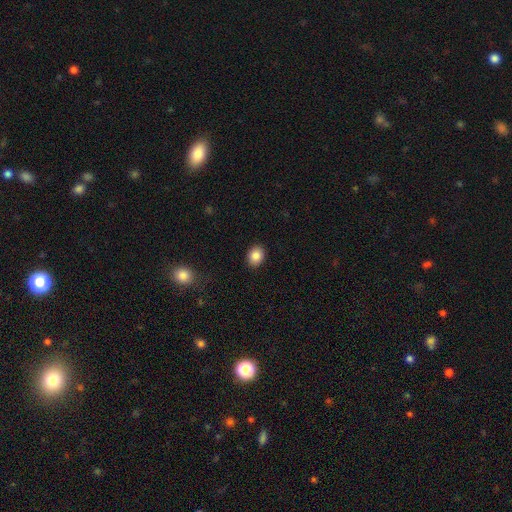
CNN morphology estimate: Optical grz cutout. It shows a smooth galaxy with no disk features (86%) that is in between round and cigar-shaped (56%). Merging: none (90%).